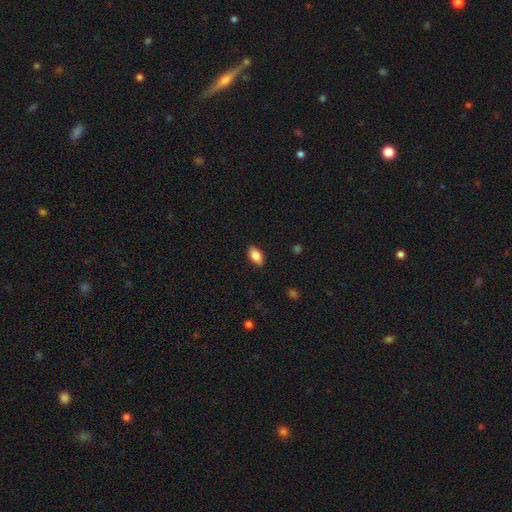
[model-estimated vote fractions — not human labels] smooth 85%, featured or disk 8%, star or artifact 7%. Down the decision tree: how rounded — in between (91%); merging — none (88%).